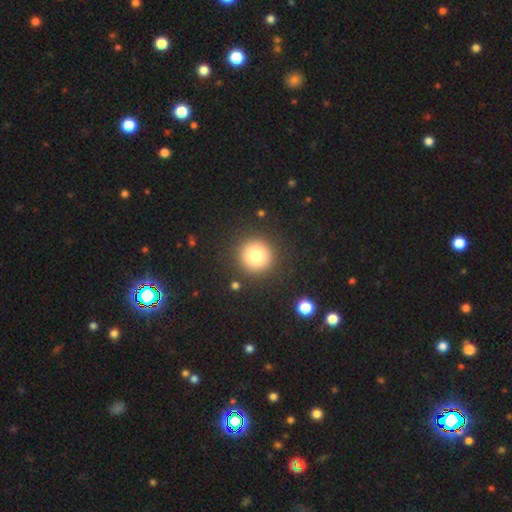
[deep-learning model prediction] Morphology: type=smooth (82%); roundness=round (95%); merging=none (90%).